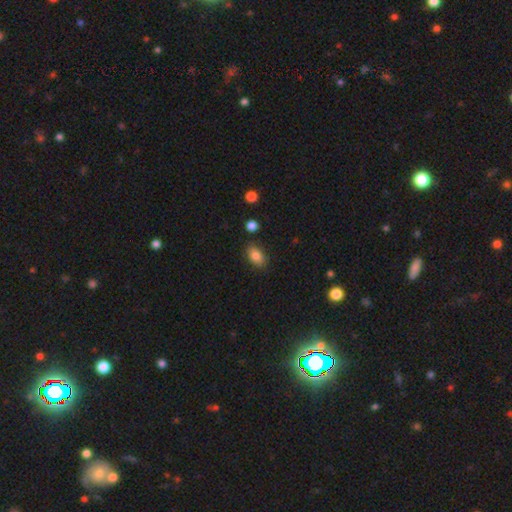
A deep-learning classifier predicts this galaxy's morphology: Smooth or featured: smooth — 85% (star or artifact — 9%)
How rounded: in between — 88% (round — 10%)
Merging: none — 83% (minor disturbance — 12%)